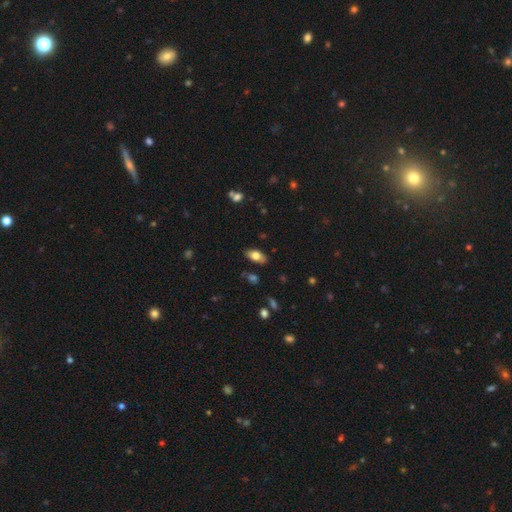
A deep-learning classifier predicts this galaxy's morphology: A smooth galaxy with no disk features (77%) that is in between round and cigar-shaped (92%).

Vote fractions:
- Smooth or featured? smooth: 77% / featured or disk: 16% / star or artifact: 7%
- How rounded? in between: 92% / cigar-shaped: 5% / round: 4%
- Merging? none: 84% / minor disturbance: 11% / major disturbance: 2% / merger: 2%